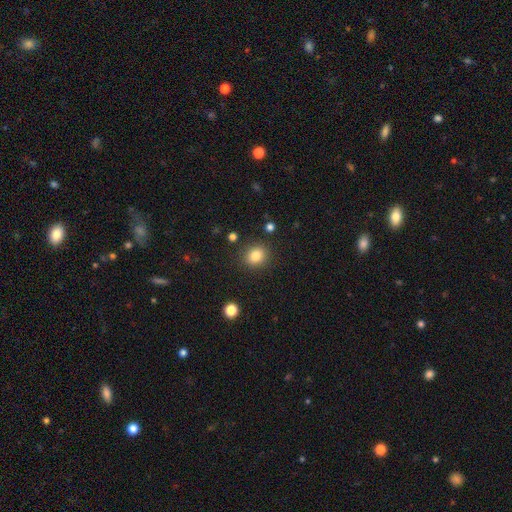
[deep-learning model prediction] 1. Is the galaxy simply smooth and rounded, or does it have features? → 83% smooth, 11% star or artifact, 6% featured or disk.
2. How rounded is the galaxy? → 76% round, 23% in between, 1% cigar-shaped.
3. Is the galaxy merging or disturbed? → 88% none, 7% minor disturbance, 3% major disturbance, 2% merger.